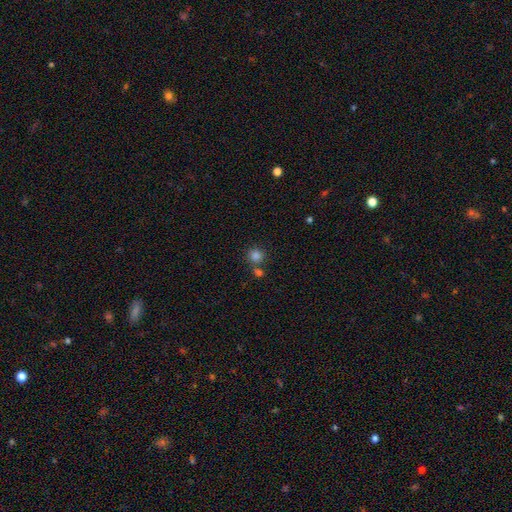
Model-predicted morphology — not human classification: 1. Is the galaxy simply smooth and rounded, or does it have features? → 83% smooth, 12% star or artifact, 5% featured or disk.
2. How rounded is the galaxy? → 91% round, 8% in between, 1% cigar-shaped.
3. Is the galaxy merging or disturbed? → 65% none, 23% merger, 8% minor disturbance, 3% major disturbance.